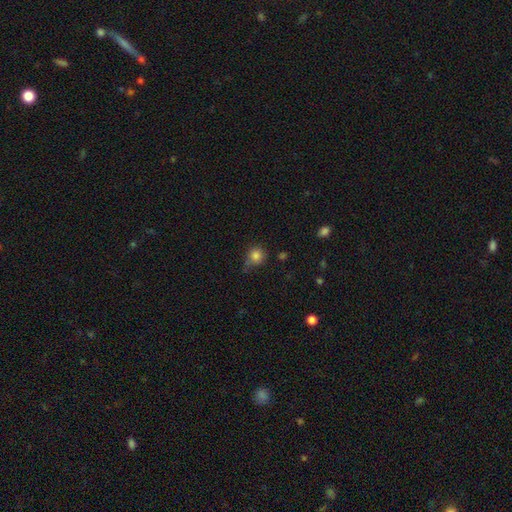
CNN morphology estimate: The model was most divided on "merging": none: 68%, minor disturbance: 20%, merger: 7%, major disturbance: 5%. More confident: how rounded — round (90%); smooth or featured — smooth (83%).